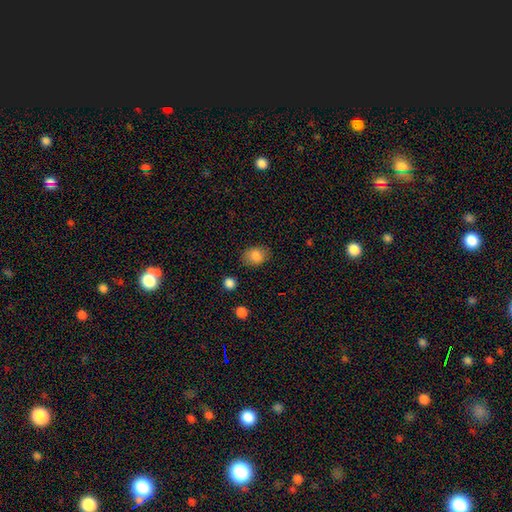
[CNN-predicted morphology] This appears to be a smooth galaxy with no disk features (85%) that is in between round and cigar-shaped (61%). Merging: none (79%).